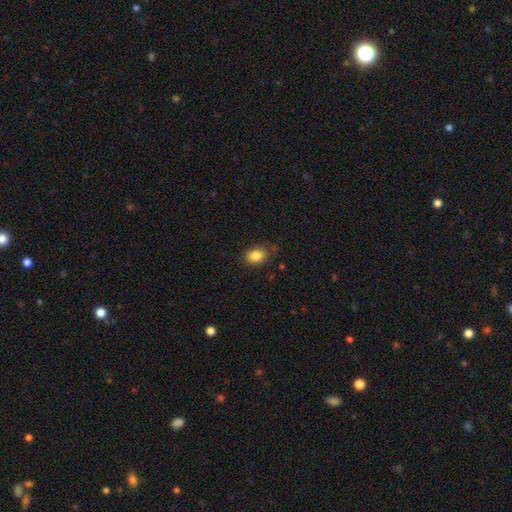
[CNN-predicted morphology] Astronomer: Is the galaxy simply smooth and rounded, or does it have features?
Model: smooth — 86%.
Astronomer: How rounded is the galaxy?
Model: in between — 71%.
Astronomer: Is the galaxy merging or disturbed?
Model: none — 77%.